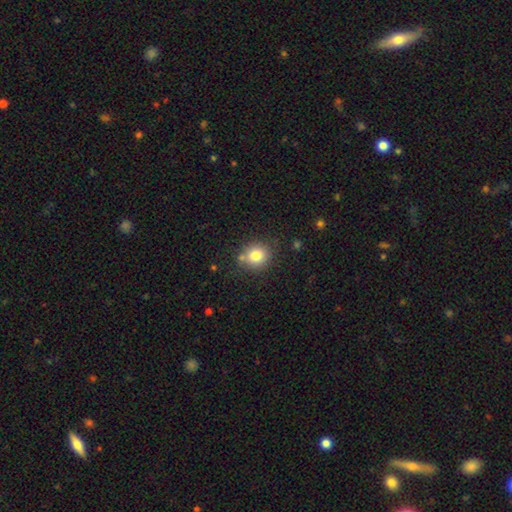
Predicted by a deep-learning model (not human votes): The model was most divided on "how rounded": round: 83%, in between: 17%, cigar-shaped: 1%. More confident: smooth or featured — smooth (80%); merging — none (78%).